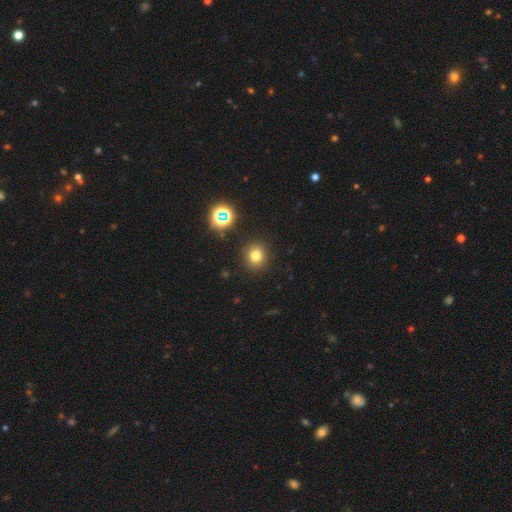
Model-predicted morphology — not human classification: Q: Smooth or featured?
A: smooth (75%); runner-up: star or artifact (18%)
Q: How rounded?
A: round (87%); runner-up: in between (12%)
Q: Merging?
A: none (89%); runner-up: minor disturbance (6%)